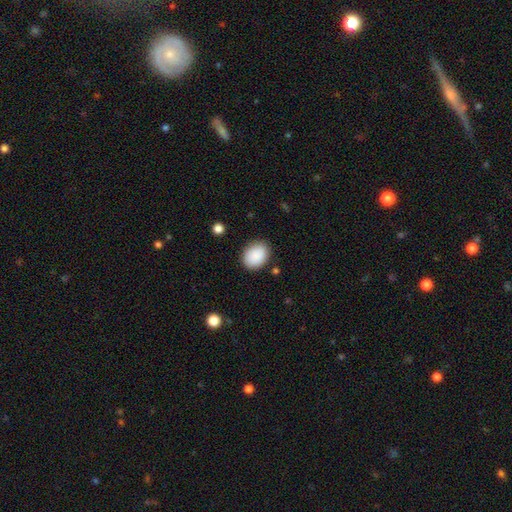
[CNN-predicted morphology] This appears to be a smooth galaxy with no disk features (90%) that is in between round and cigar-shaped (64%). Merging: none (86%).